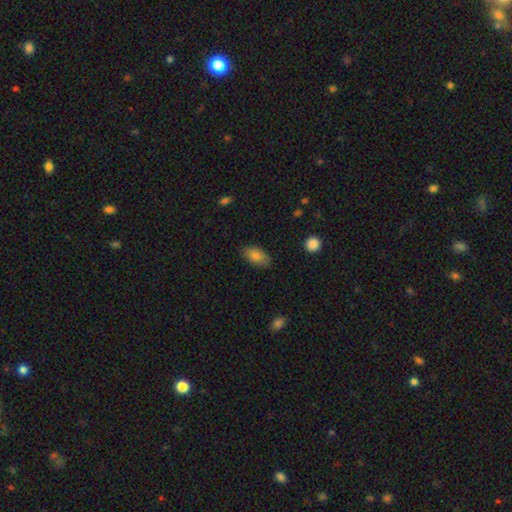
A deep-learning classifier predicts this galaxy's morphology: smooth 82%, featured or disk 10%, star or artifact 7%. Down the decision tree: how rounded — in between (93%); merging — none (80%).